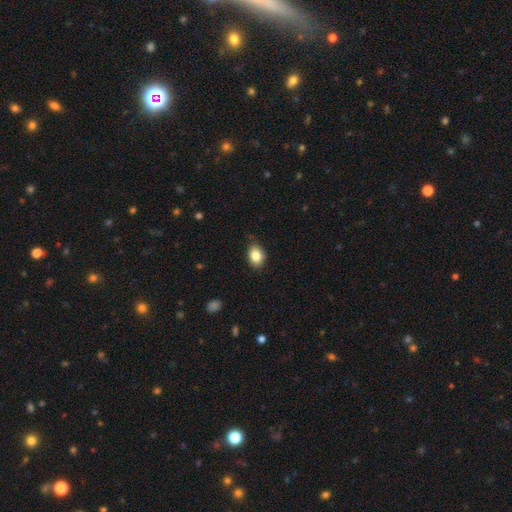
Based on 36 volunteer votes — Smooth or featured? smooth (89%)
How rounded? in between (88%)
Merging? none (82%)